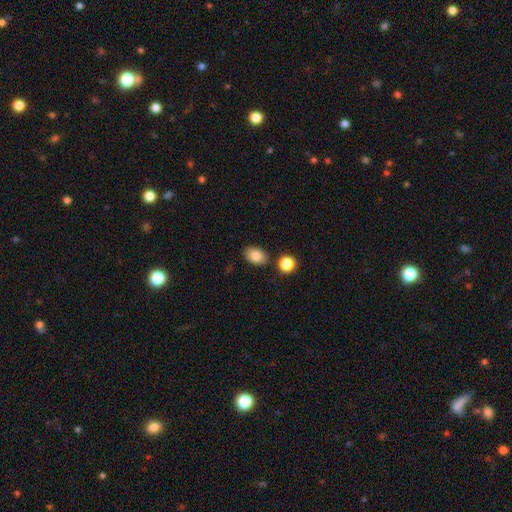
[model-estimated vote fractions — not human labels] smooth 85%, star or artifact 8%, featured or disk 6%. Down the decision tree: how rounded — in between (83%); merging — none (81%).